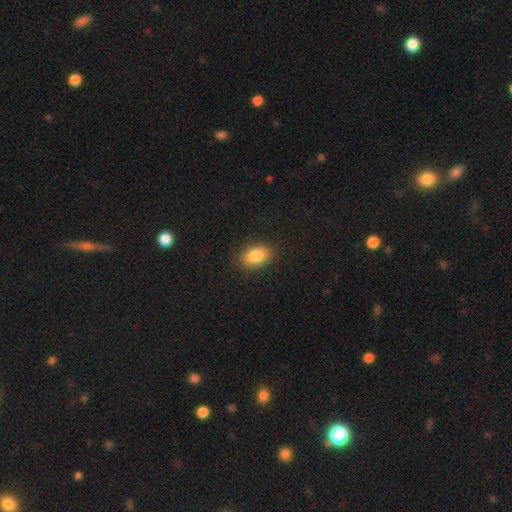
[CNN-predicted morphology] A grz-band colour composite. It shows a smooth galaxy with no disk features (85%) that is in between round and cigar-shaped (85%). Merging: none (84%).